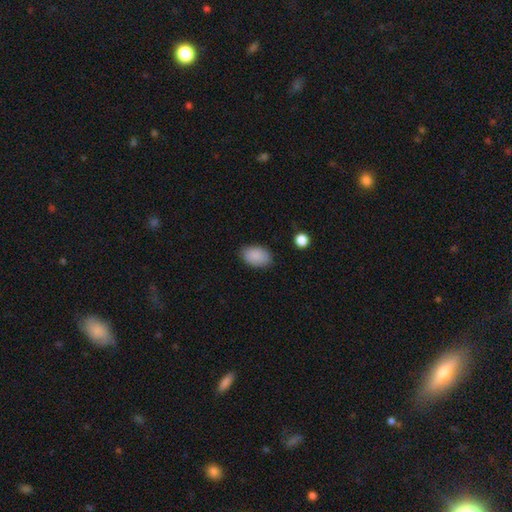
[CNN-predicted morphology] Smooth or featured? smooth (89%)
How rounded? in between (89%)
Merging? none (84%)